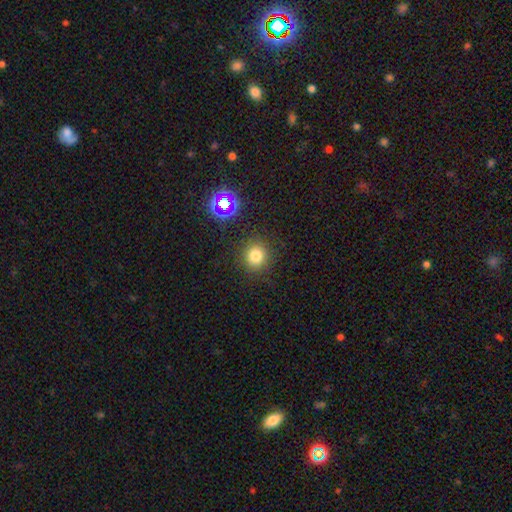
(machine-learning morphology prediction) This appears to be a smooth galaxy with no disk features (74%) that is round (89%). Merging: none (87%).